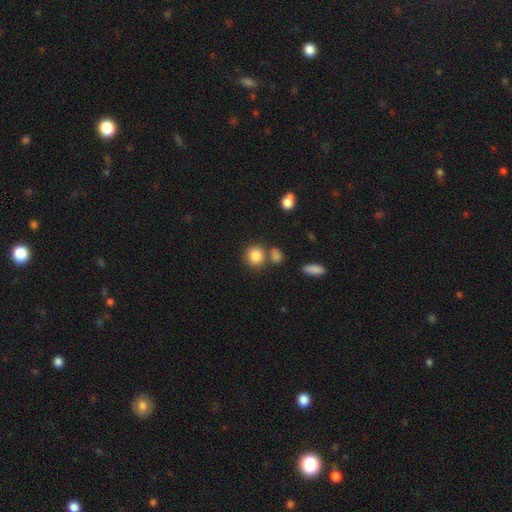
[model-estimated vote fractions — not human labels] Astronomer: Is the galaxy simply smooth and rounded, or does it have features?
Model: smooth — 85%.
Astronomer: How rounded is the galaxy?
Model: round — 83%.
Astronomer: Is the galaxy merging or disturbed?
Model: none — 68%.